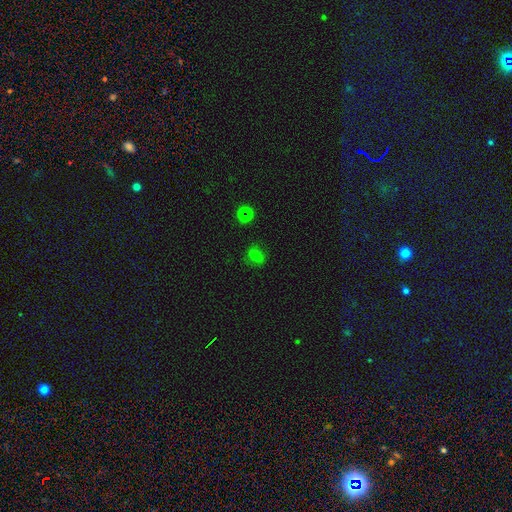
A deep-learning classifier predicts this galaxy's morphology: A smooth galaxy with no disk features (63%) that is round (50%). Merging: none (78%).